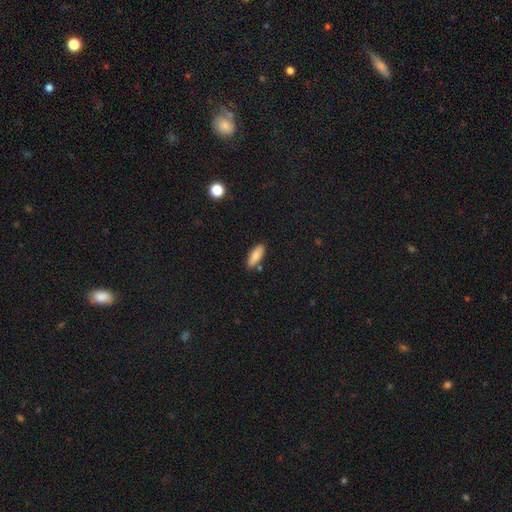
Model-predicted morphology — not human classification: smooth_or_featured: smooth (p=0.83) [alt: featured or disk p=0.10]
how_rounded: in between (p=0.74) [alt: cigar-shaped p=0.24]
merging: none (p=0.82) [alt: minor disturbance p=0.12]